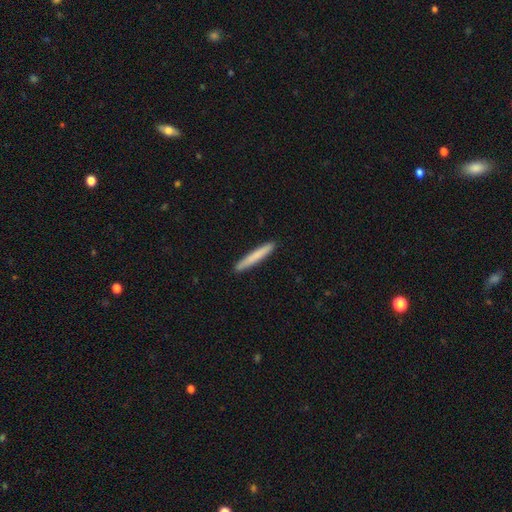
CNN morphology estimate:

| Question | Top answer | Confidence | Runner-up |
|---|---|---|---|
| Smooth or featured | smooth | 76% | featured or disk (19%) |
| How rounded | cigar-shaped | 96% | in between (2%) |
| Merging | none | 93% | minor disturbance (5%) |